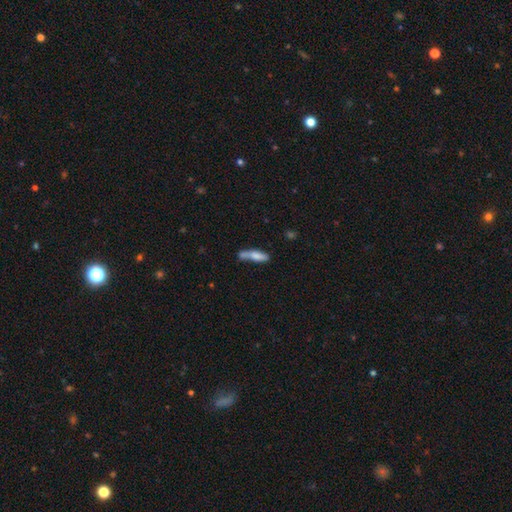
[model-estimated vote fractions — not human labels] Smooth or featured?
  - smooth: 72% *
  - featured or disk: 21%
  - star or artifact: 7%
How rounded?
  - cigar-shaped: 71% *
  - in between: 27%
  - round: 2%
Merging?
  - none: 46% *
  - minor disturbance: 24%
  - merger: 21%
  - major disturbance: 9%